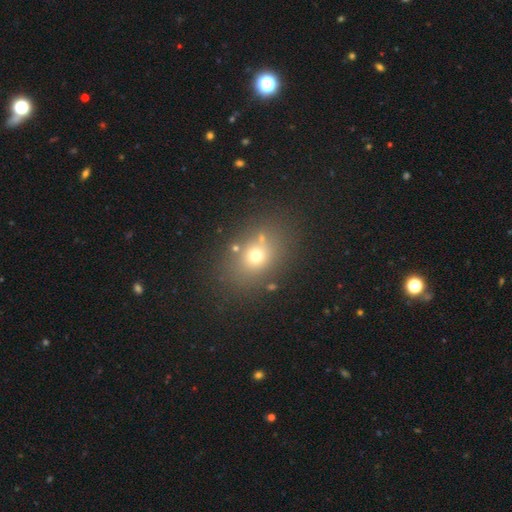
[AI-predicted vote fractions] smooth-or-featured: smooth: 65% | star or artifact: 20% | featured or disk: 15%
  how-rounded: in between: 51% | round: 48% | cigar-shaped: 1%
  merging: none: 76% | minor disturbance: 11% | merger: 7% | major disturbance: 6%